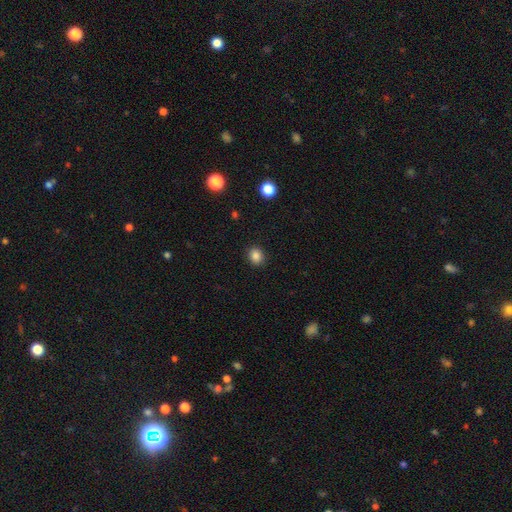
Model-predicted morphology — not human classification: Smooth or featured: smooth — 85% (star or artifact — 11%)
How rounded: round — 73% (in between — 26%)
Merging: none — 91% (minor disturbance — 6%)